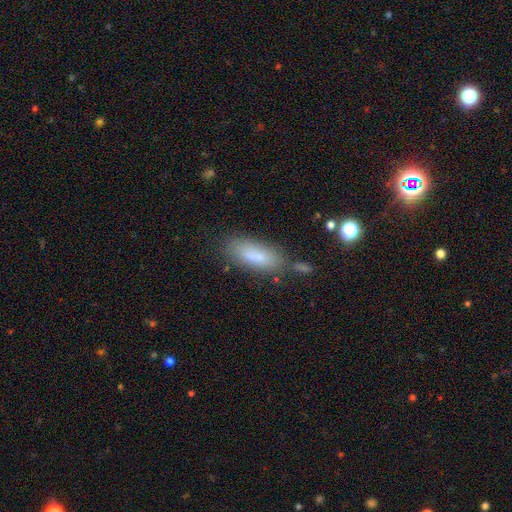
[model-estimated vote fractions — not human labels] A smooth galaxy with no disk features (79%) that is in between round and cigar-shaped (73%). Merging: none (68%).